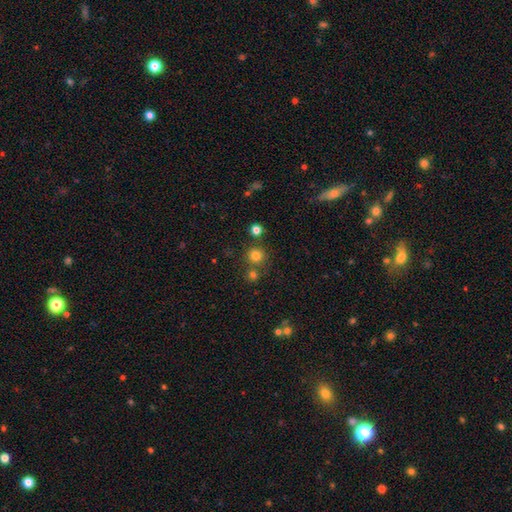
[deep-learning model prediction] smooth-or-featured: smooth: 78% | star or artifact: 16% | featured or disk: 6%
  how-rounded: round: 93% | in between: 6% | cigar-shaped: 1%
  merging: none: 76% | merger: 15% | minor disturbance: 7% | major disturbance: 3%